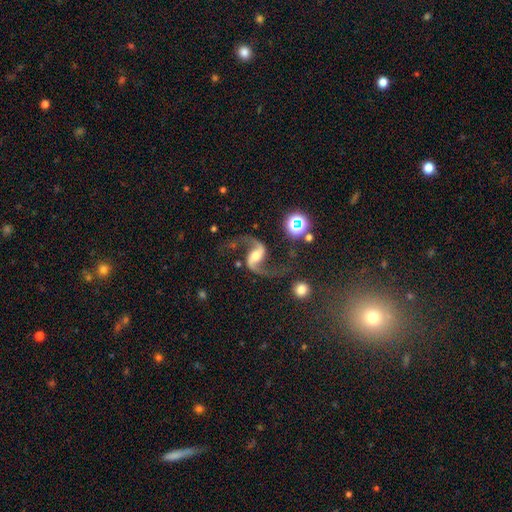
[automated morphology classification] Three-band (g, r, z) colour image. It shows a featured or disk galaxy (91%) with a weak bar (37%), 2 (95%) loose (81%) spiral arms (98%) and a moderate central bulge (55%). Merging: none (77%).